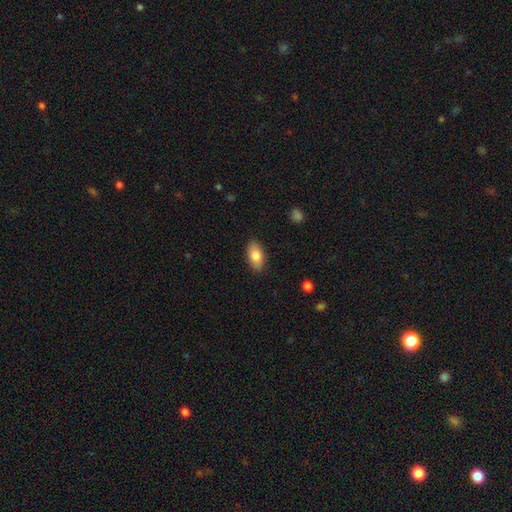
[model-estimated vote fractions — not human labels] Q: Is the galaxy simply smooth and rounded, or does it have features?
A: smooth — 81%.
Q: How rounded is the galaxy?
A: in between — 92%.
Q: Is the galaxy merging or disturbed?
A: none — 88%.